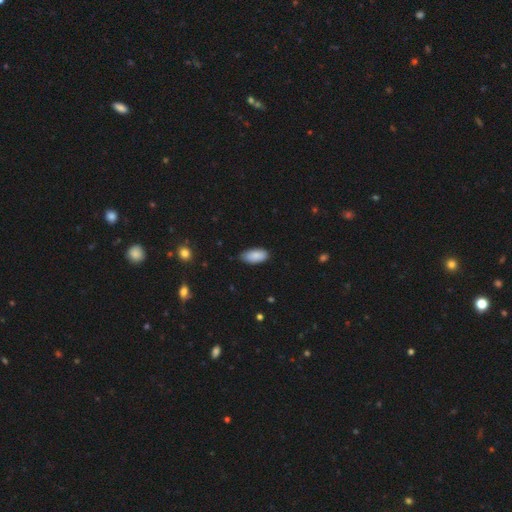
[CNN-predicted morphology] Smooth or featured?
  - smooth: 88% *
  - star or artifact: 7%
  - featured or disk: 5%
How rounded?
  - in between: 92% *
  - cigar-shaped: 7%
  - round: 2%
Merging?
  - none: 78% *
  - minor disturbance: 19%
  - major disturbance: 2%
  - merger: 1%